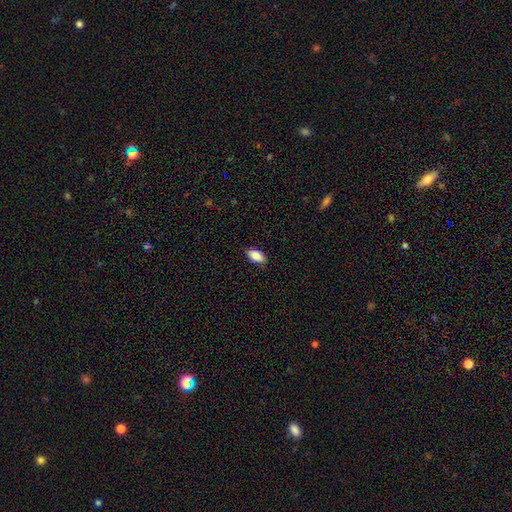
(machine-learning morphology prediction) Smooth or featured?
  - smooth: 87% *
  - star or artifact: 7%
  - featured or disk: 6%
How rounded?
  - in between: 93% *
  - round: 4%
  - cigar-shaped: 3%
Merging?
  - none: 87% *
  - minor disturbance: 10%
  - major disturbance: 2%
  - merger: 1%